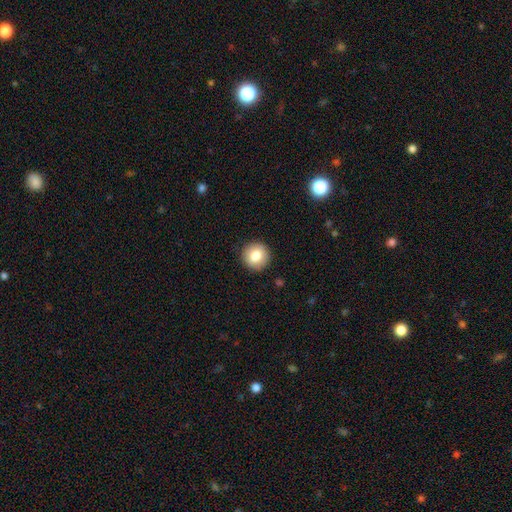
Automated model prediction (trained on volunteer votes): smooth-or-featured: smooth: 82% | featured or disk: 9% | star or artifact: 9%
  how-rounded: round: 95% | in between: 4% | cigar-shaped: 1%
  merging: none: 92% | minor disturbance: 5% | major disturbance: 2% | merger: 1%